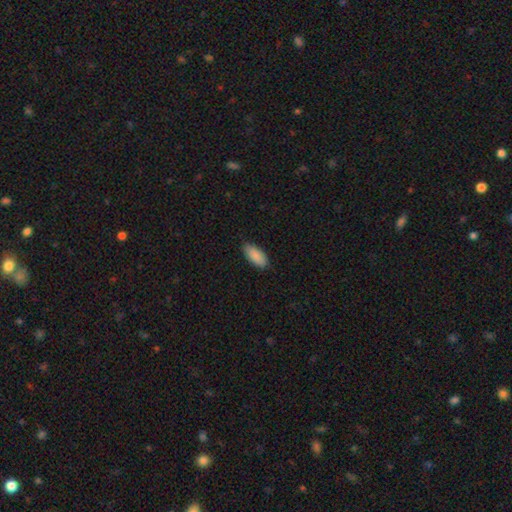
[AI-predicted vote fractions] The model was most divided on "merging": none: 85%, minor disturbance: 12%, major disturbance: 2%, merger: 1%. More confident: smooth or featured — smooth (90%); how rounded — in between (89%).